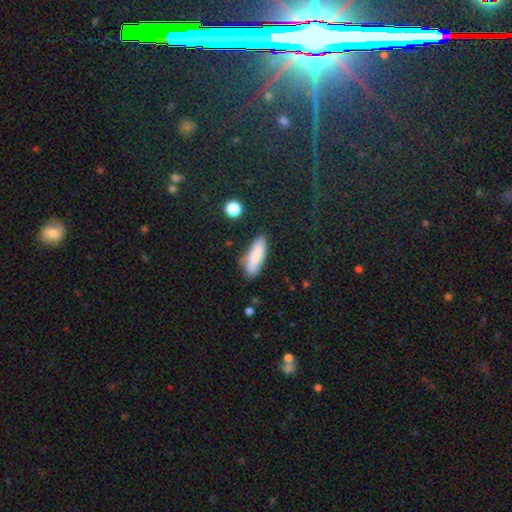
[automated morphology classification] smooth 83%, featured or disk 10%, star or artifact 7%. Down the decision tree: how rounded — in between (57%); merging — none (71%).